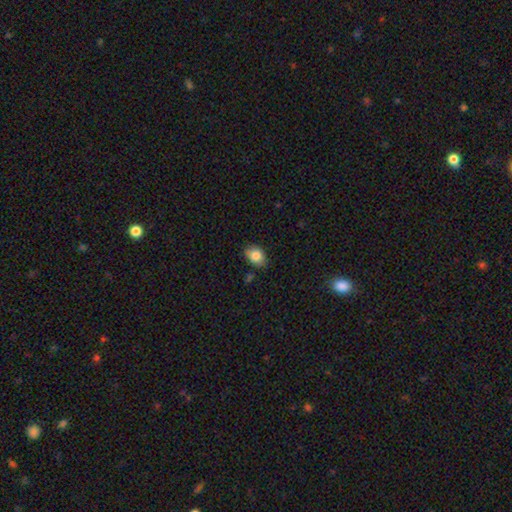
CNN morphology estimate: Overall: smooth (84%). How rounded: in between (78%). Merging: none (80%).